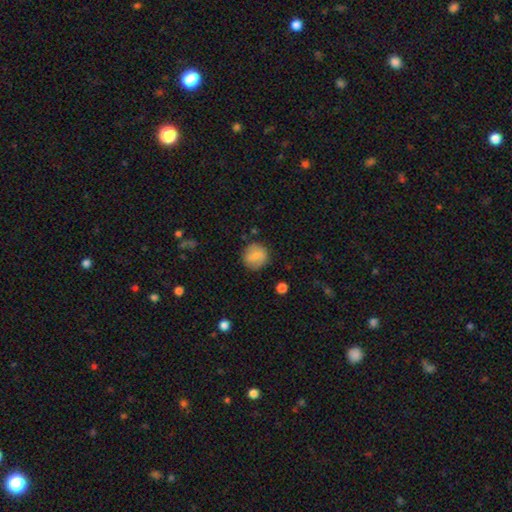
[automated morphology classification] smooth_or_featured: smooth (p=0.74) [alt: featured or disk p=0.18]
how_rounded: round (p=0.90) [alt: in between p=0.09]
merging: none (p=0.83) [alt: minor disturbance p=0.12]